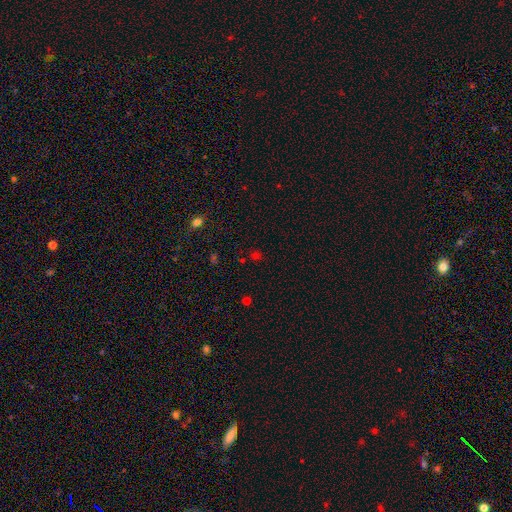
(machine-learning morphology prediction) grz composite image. It shows a smooth galaxy with no disk features (53%) that is round (76%). Merging: none (80%).